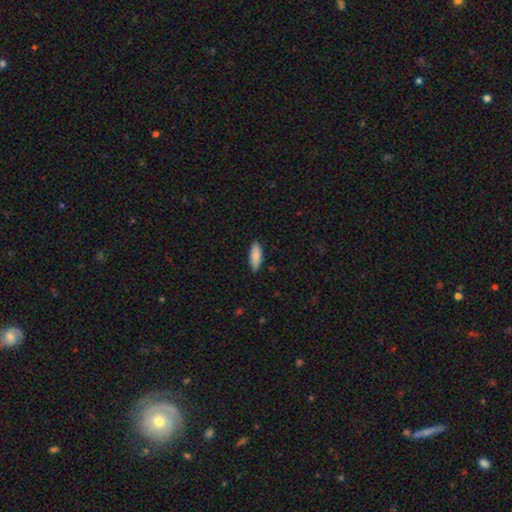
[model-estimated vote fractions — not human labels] Smooth or featured? smooth (87%)
How rounded? in between (65%)
Merging? none (86%)